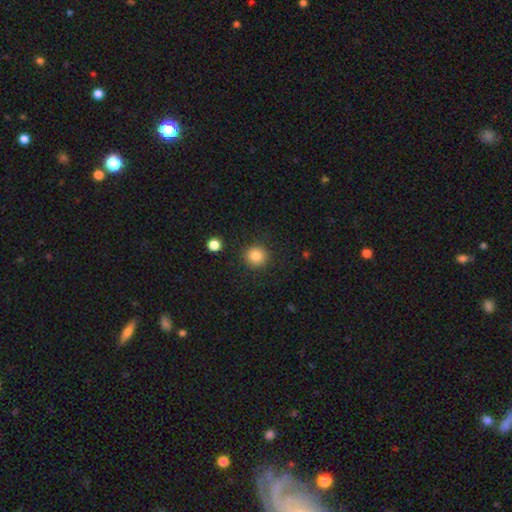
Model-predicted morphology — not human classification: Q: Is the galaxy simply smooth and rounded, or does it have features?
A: smooth — 85%.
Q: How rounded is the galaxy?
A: round — 91%.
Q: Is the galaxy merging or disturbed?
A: none — 89%.